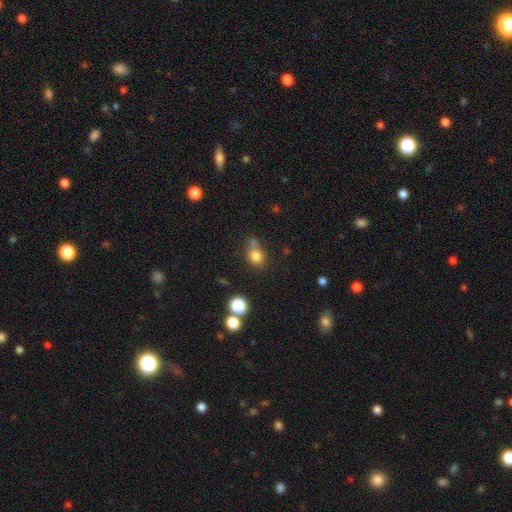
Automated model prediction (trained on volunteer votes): smooth-or-featured: smooth: 78% | star or artifact: 14% | featured or disk: 8%
  how-rounded: round: 65% | in between: 34% | cigar-shaped: 1%
  merging: none: 50% | merger: 24% | minor disturbance: 18% | major disturbance: 7%